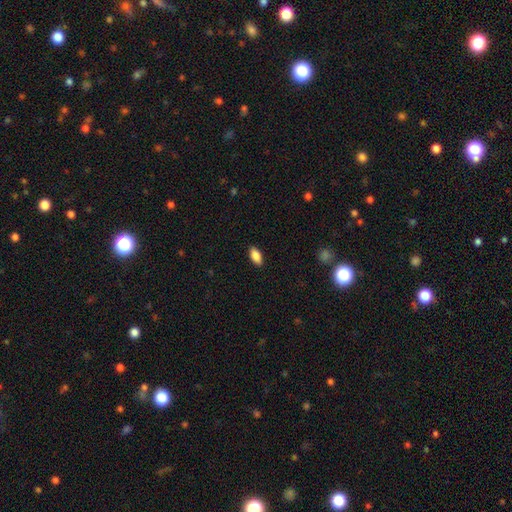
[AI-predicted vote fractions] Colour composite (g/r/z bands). It shows a smooth galaxy with no disk features (85%) that is in between round and cigar-shaped (89%). Merging: none (89%).